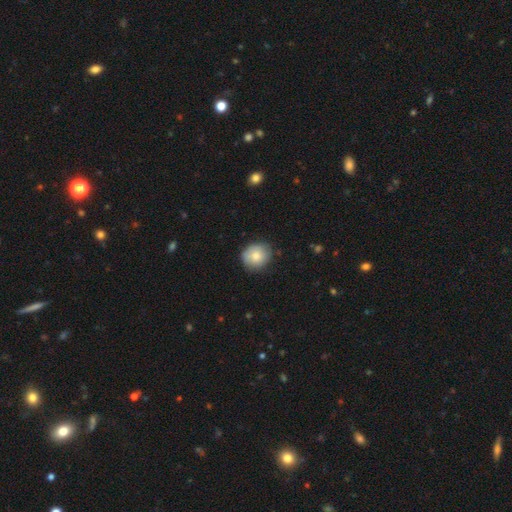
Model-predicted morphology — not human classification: A smooth galaxy with no disk features (81%) that is round (80%).

Vote fractions:
- Smooth or featured? smooth: 81% / featured or disk: 11% / star or artifact: 8%
- How rounded? round: 80% / in between: 19% / cigar-shaped: 1%
- Merging? none: 81% / minor disturbance: 15% / major disturbance: 3% / merger: 1%